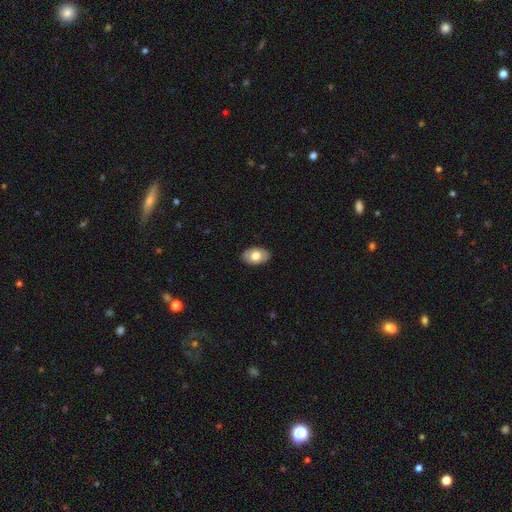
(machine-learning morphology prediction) A smooth galaxy with no disk features (69%) that is in between round and cigar-shaped (90%). Merging: none (87%).